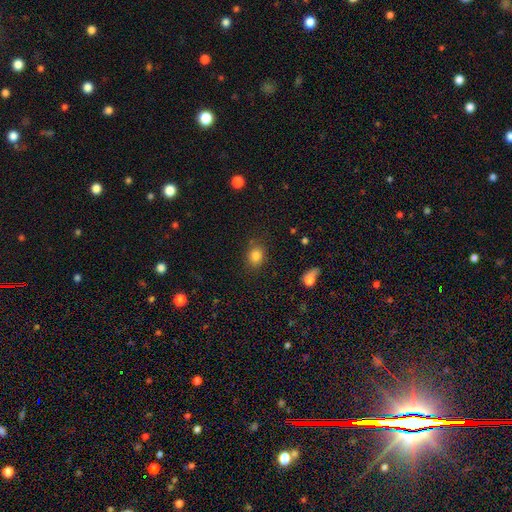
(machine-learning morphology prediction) smooth 83%, star or artifact 11%, featured or disk 6%. Down the decision tree: how rounded — round (55%); merging — none (81%).